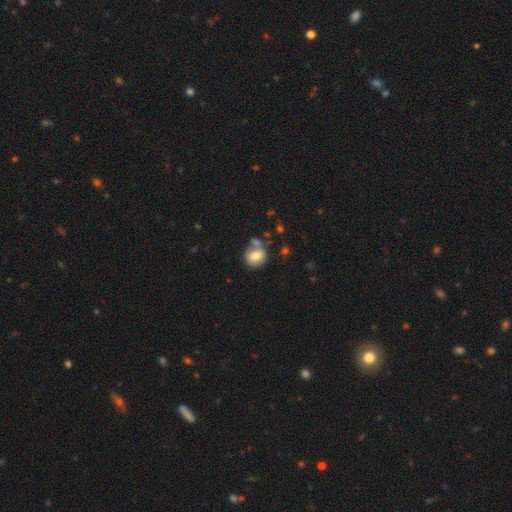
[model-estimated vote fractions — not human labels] This is likely a smooth galaxy (76%). How rounded: likely round (71%). Merging: possibly none (55%).